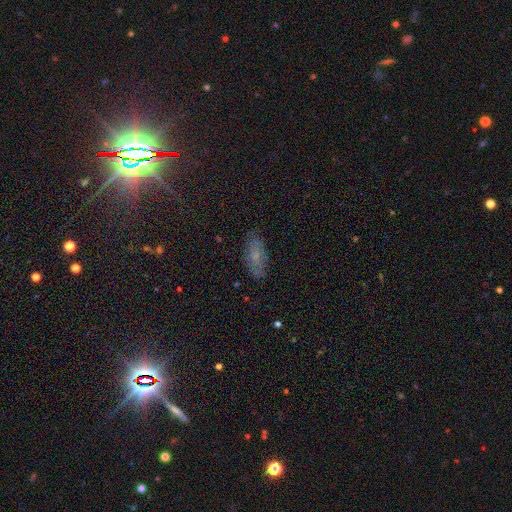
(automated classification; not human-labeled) Smooth or featured? smooth (52%)
How rounded? in between (82%)
Merging? none (80%)